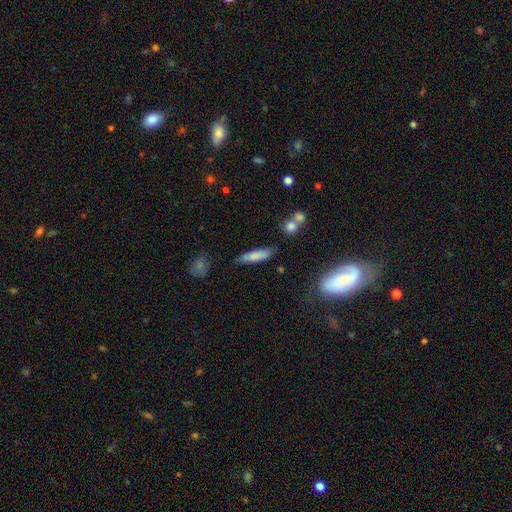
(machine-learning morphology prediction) The model was most divided on "merging": none: 74%, minor disturbance: 18%, merger: 4%, major disturbance: 4%. More confident: how rounded — cigar-shaped (78%); smooth or featured — smooth (76%).